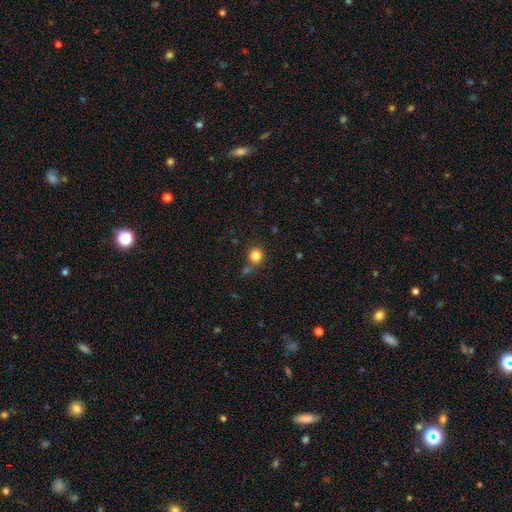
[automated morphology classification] smooth_or_featured: smooth (p=0.83) [alt: star or artifact p=0.11]
how_rounded: round (p=0.88) [alt: in between p=0.11]
merging: none (p=0.68) [alt: merger p=0.15]